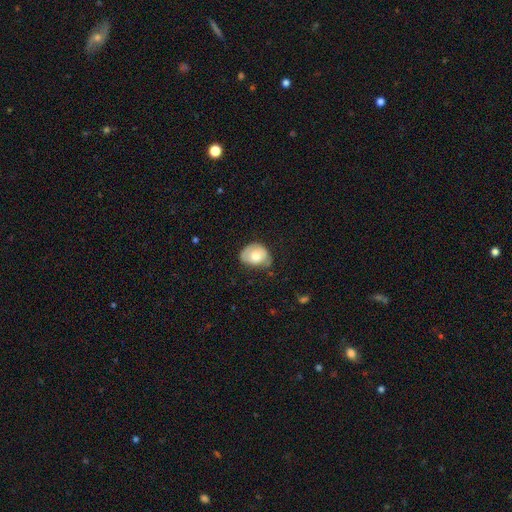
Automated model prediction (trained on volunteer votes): Q: Smooth or featured?
A: smooth (67%); runner-up: featured or disk (26%)
Q: How rounded?
A: in between (60%); runner-up: round (39%)
Q: Merging?
A: none (48%); runner-up: minor disturbance (38%)